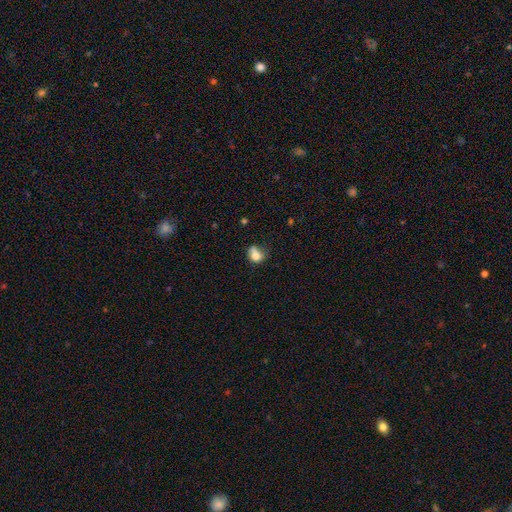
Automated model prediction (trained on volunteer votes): smooth-or-featured: smooth: 74% | featured or disk: 15% | star or artifact: 11%
  how-rounded: round: 51% | in between: 48% | cigar-shaped: 1%
  merging: none: 33% (tied) | minor disturbance: 33% (tied) | major disturbance: 21% | merger: 13%